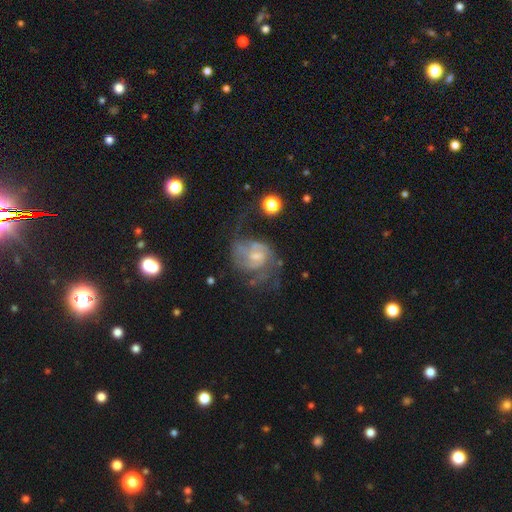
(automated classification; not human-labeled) Morphology: type=featured or disk (77%); edge-on=no (98%); bar=weak (53%); spiral arms=yes (84%); winding=medium (46%); arm count=2 (53%); bulge=small (49%); merging=none (38%).